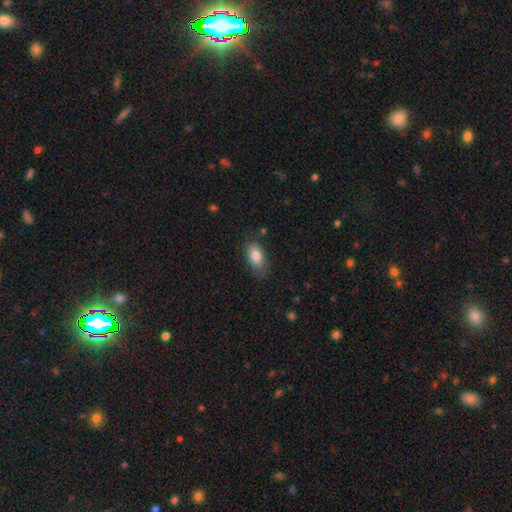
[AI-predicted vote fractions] Morphology: type=smooth (82%); roundness=in between (90%); merging=none (74%).